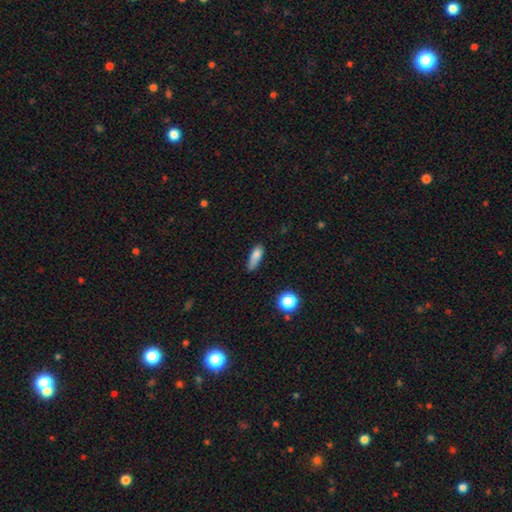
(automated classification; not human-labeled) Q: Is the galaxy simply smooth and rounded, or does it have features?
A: smooth — 81%.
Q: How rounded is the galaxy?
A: in between — 60%.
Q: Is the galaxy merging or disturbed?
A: none — 54%.